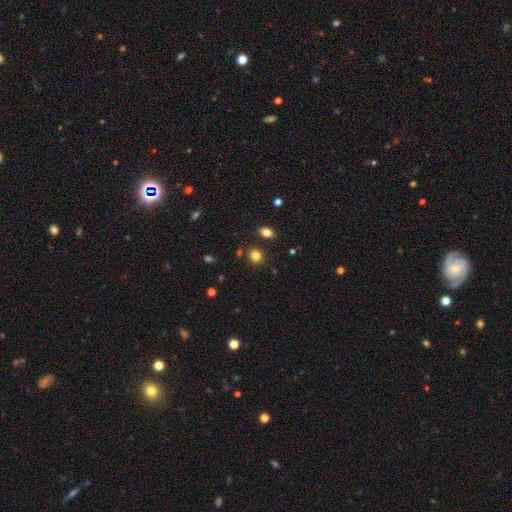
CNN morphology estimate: This is clearly a smooth galaxy (82%). How rounded: likely round (76%). Merging: clearly none (84%).